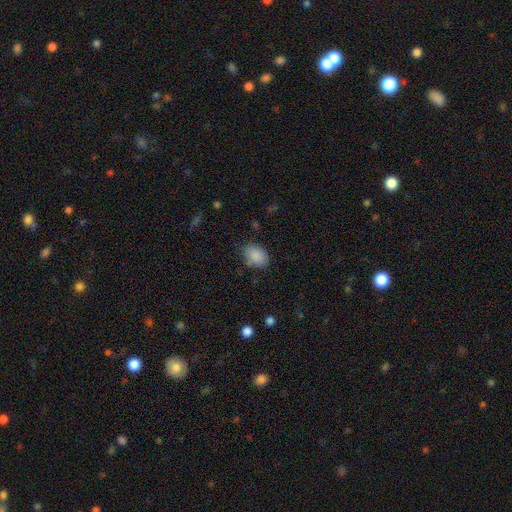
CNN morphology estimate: This appears to be a smooth galaxy with no disk features (87%) that is in between round and cigar-shaped (77%). Merging: none (74%).